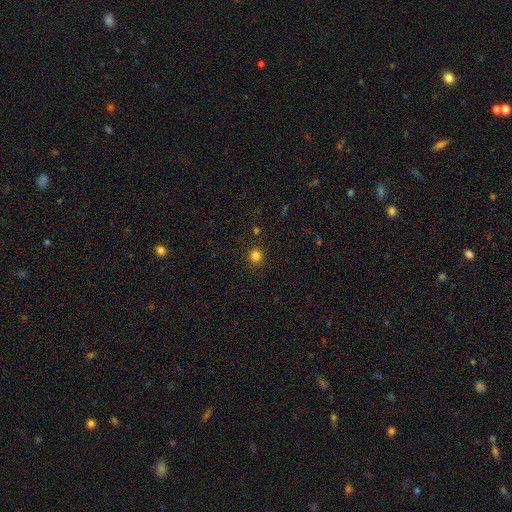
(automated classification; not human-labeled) Smooth or featured? Predicted: smooth (p=0.82). How rounded? Predicted: round (p=0.91). Merging? Predicted: none (p=0.90).